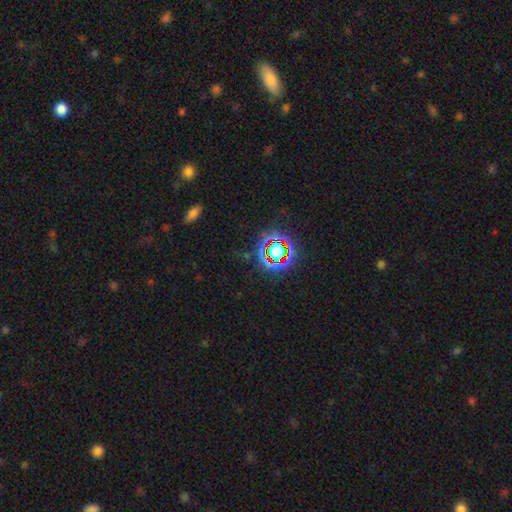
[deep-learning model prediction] Overall: star or artifact (68%).